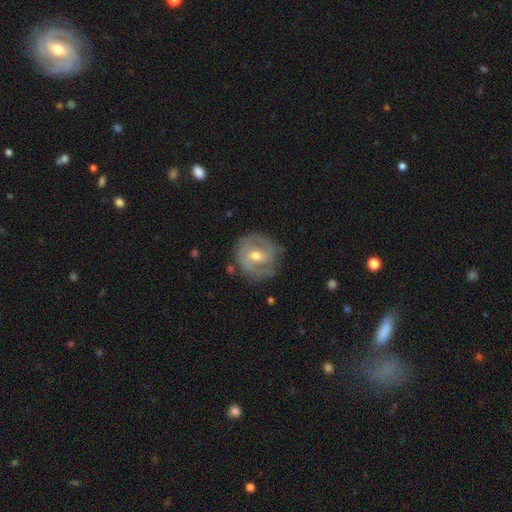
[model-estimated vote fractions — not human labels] smooth_or_featured: featured or disk (p=0.77) [alt: smooth p=0.17]
disk_edge_on: no (p=0.97) [alt: yes p=0.03]
bar: weak (p=0.47) [alt: no p=0.36]
has_spiral_arms: yes (p=0.85) [alt: no p=0.15]
spiral_winding: tight (p=0.52) [alt: medium p=0.36]
spiral_arm_count: 2 (p=0.58) [alt: can't tell p=0.21]
bulge_size: moderate (p=0.65) [alt: small p=0.31]
merging: none (p=0.75) [alt: minor disturbance p=0.17]